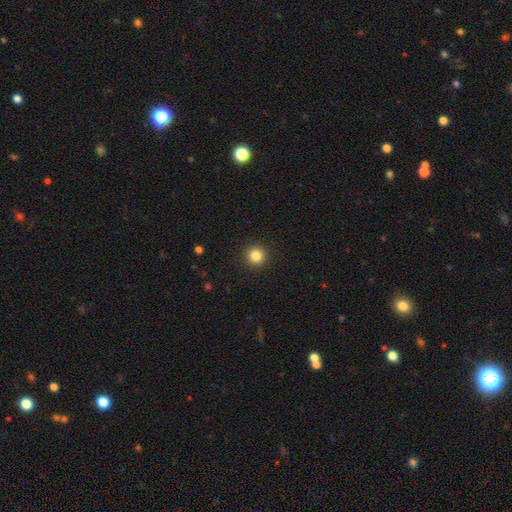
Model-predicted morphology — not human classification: This appears to be a smooth galaxy with no disk features (84%) that is round (95%). Merging: none (93%).